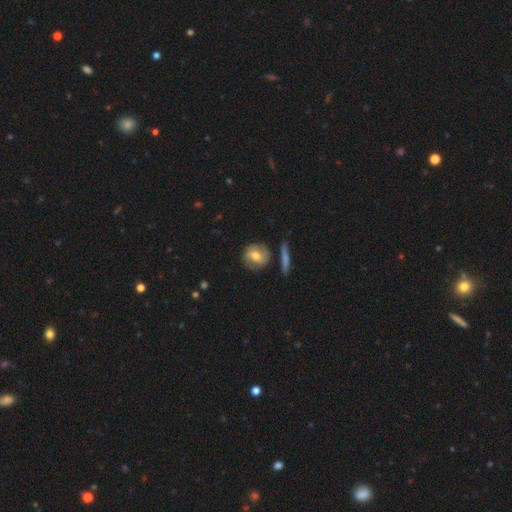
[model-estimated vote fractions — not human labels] This appears to be a smooth galaxy with no disk features (57%) that is round (82%). Merging: none (74%).